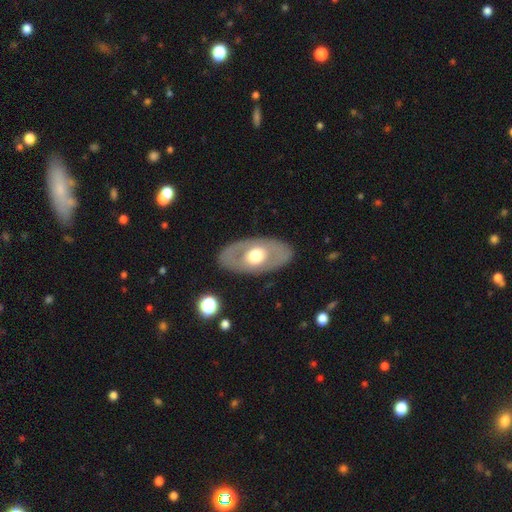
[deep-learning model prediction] Smooth or featured? Predicted: featured or disk (p=0.53). Edge-on disk? Predicted: no (p=0.86). Merging? Predicted: none (p=0.84).